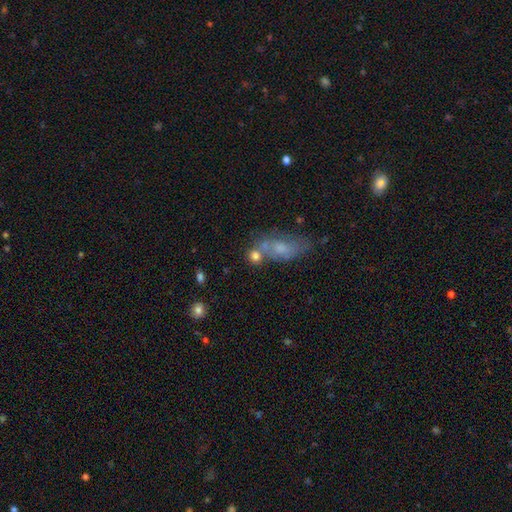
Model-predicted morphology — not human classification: smooth-or-featured: smooth: 74% | featured or disk: 14% | star or artifact: 12%
  how-rounded: round: 66% | in between: 30% | cigar-shaped: 4%
  merging: none: 47% | merger: 33% | minor disturbance: 13% | major disturbance: 7%